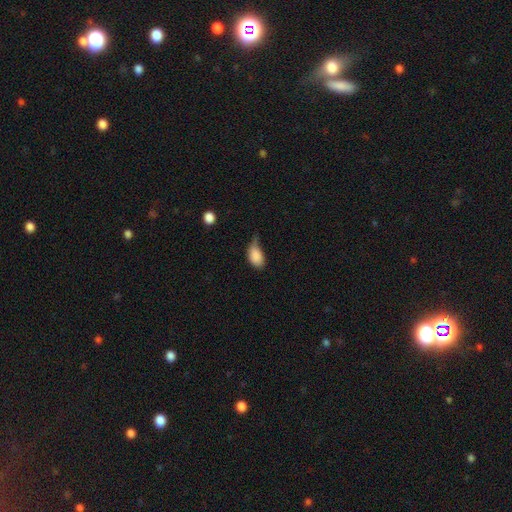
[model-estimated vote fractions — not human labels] Morphology: type=smooth (85%); roundness=in between (89%); merging=minor disturbance (45%).